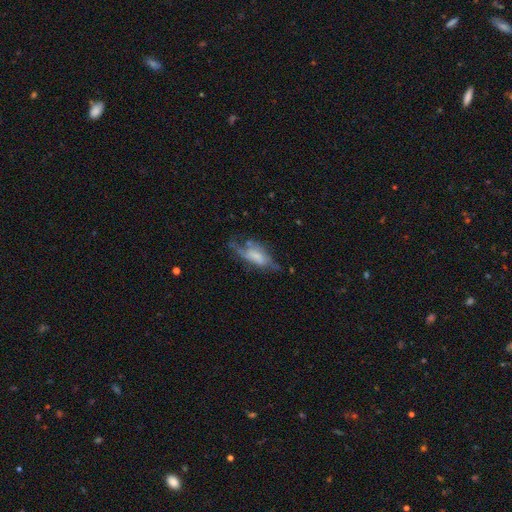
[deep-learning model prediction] smooth-or-featured: featured or disk: 52% | smooth: 40% | star or artifact: 8%
  disk-edge-on: no: 79% | yes: 21%
  merging: none: 38% | major disturbance: 29% | minor disturbance: 29% | merger: 4%